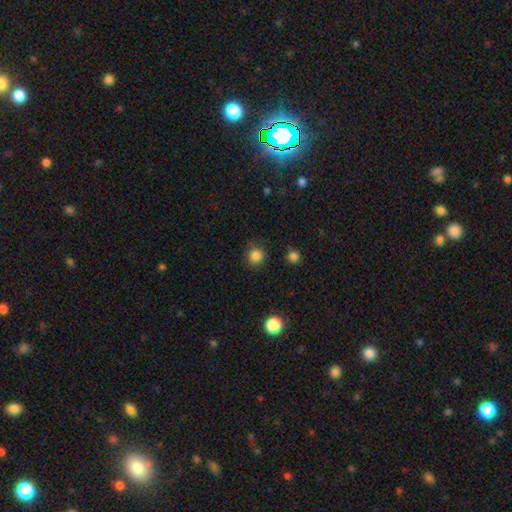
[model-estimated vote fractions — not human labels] smooth-or-featured: smooth: 84% | star or artifact: 12% | featured or disk: 4%
  how-rounded: round: 92% | in between: 7% | cigar-shaped: 1%
  merging: none: 87% | minor disturbance: 9% | major disturbance: 3% | merger: 2%